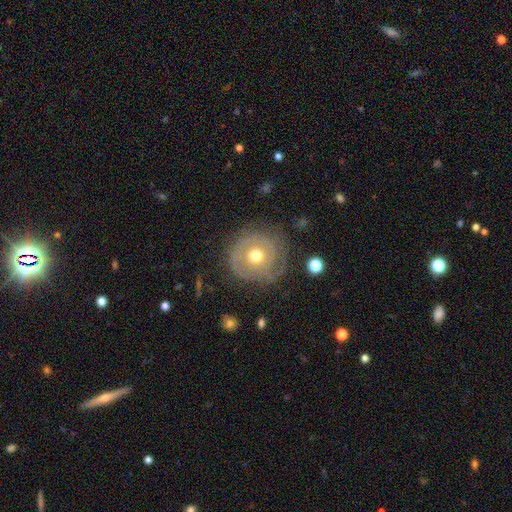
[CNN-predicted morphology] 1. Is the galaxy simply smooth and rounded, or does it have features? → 63% featured or disk, 30% smooth, 7% star or artifact.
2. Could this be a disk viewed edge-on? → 96% no, 4% yes.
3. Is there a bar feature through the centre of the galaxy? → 87% no, 10% weak, 3% strong.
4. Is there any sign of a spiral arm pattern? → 59% yes, 41% no.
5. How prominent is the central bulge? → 74% moderate, 18% small, 6% large, 1% dominant, 1% none.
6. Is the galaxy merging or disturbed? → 68% none, 19% minor disturbance, 11% major disturbance, 2% merger.